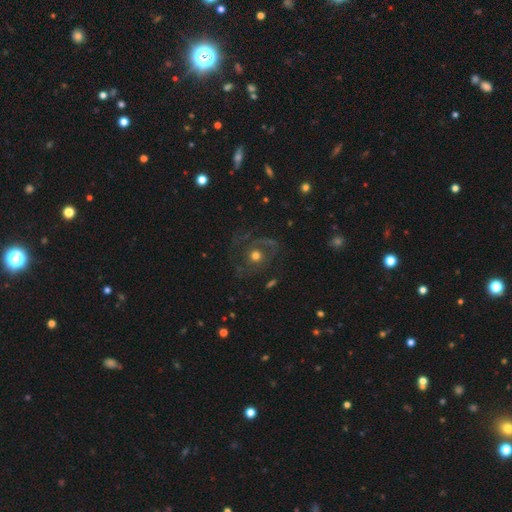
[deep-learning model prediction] Smooth or featured?
  - featured or disk: 65% *
  - smooth: 23%
  - star or artifact: 12%
Edge-on disk?
  - no: 97% *
  - yes: 3%
Bar?
  - no: 83% *
  - weak: 14%
  - strong: 3%
Spiral arms?
  - yes: 74% *
  - no: 26%
Bulge size?
  - moderate: 70% *
  - small: 17%
  - large: 9%
  - dominant: 2%
  - none: 2%
Merging?
  - none: 64% *
  - major disturbance: 18%
  - minor disturbance: 17%
  - merger: 2%